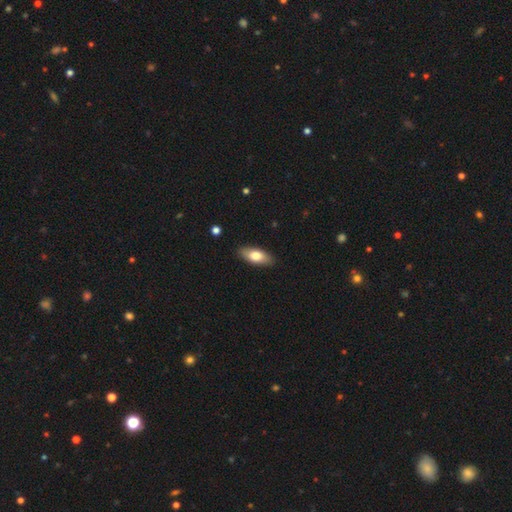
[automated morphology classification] smooth-or-featured: smooth: 74% | featured or disk: 20% | star or artifact: 6%
  how-rounded: in between: 83% | cigar-shaped: 14% | round: 3%
  merging: none: 88% | minor disturbance: 9% | major disturbance: 2% | merger: 1%